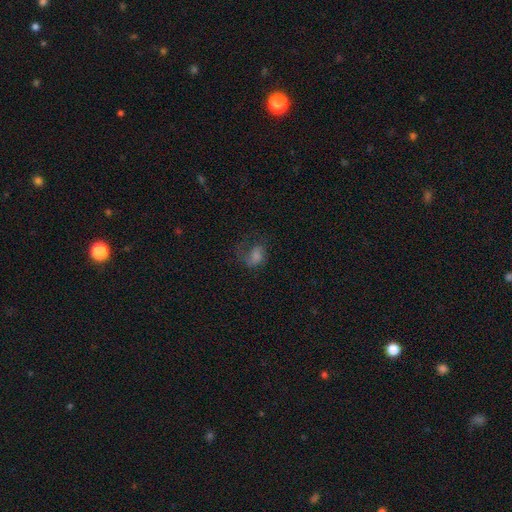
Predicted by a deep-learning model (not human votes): This is possibly a smooth galaxy (48%). Merging: marginally major disturbance (41%).